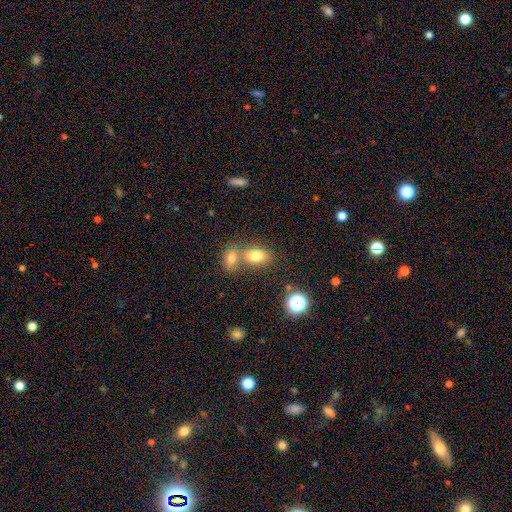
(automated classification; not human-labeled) Smooth or featured: smooth — 75% (featured or disk — 13%)
How rounded: in between — 81% (round — 17%)
Merging: merger — 44% (none — 43%)